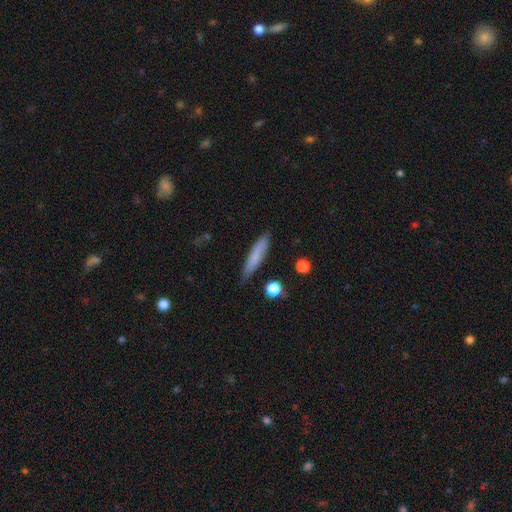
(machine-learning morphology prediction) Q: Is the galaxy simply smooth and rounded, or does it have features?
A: smooth — 76%.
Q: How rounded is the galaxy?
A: cigar-shaped — 88%.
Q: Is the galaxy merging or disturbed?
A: none — 81%.